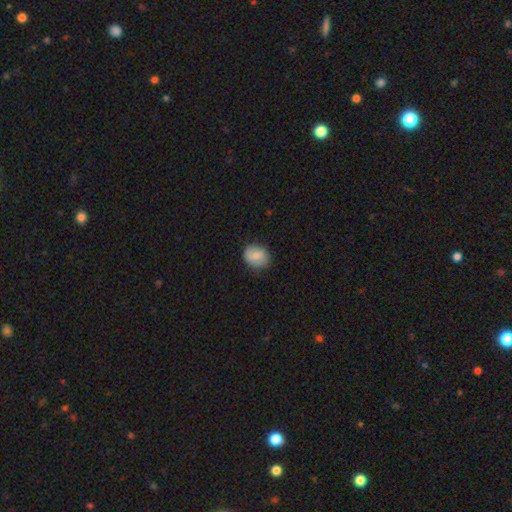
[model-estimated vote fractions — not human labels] smooth_or_featured: smooth (p=0.76) [alt: featured or disk p=0.16]
how_rounded: round (p=0.54) [alt: in between p=0.45]
merging: none (p=0.82) [alt: minor disturbance p=0.14]